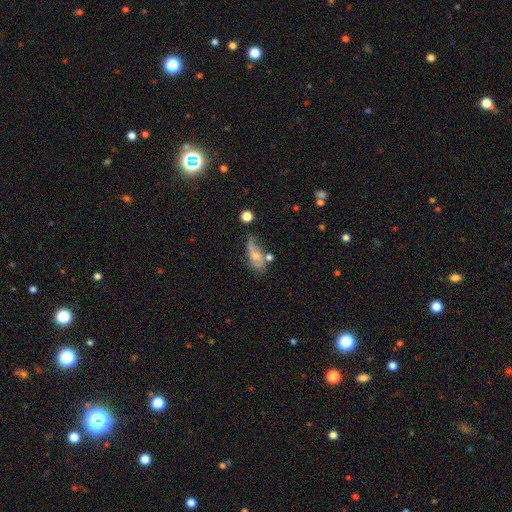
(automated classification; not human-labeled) smooth_or_featured: smooth (p=0.46) [alt: featured or disk p=0.44]
merging: none (p=0.37) [alt: minor disturbance p=0.28]